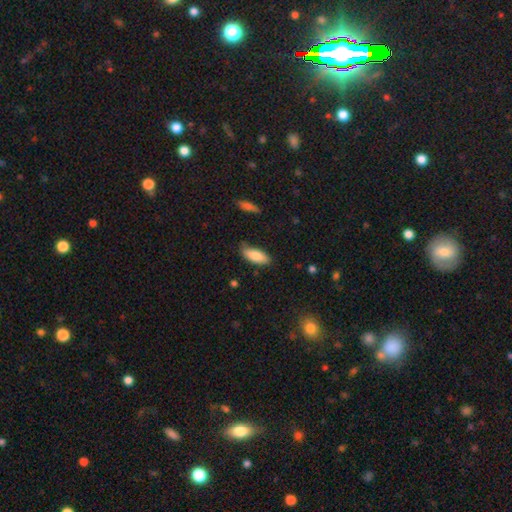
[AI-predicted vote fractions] smooth-or-featured: smooth: 83% | featured or disk: 11% | star or artifact: 6%
  how-rounded: in between: 78% | cigar-shaped: 20% | round: 2%
  merging: none: 77% | minor disturbance: 18% | major disturbance: 3% | merger: 2%